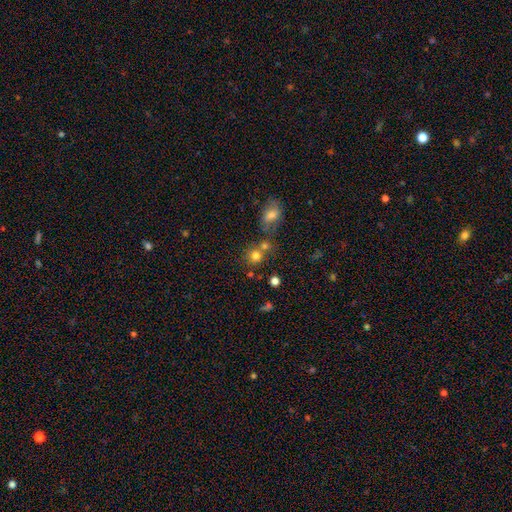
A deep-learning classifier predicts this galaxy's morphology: Smooth or featured? smooth (77%)
How rounded? round (82%)
Merging? none (55%)